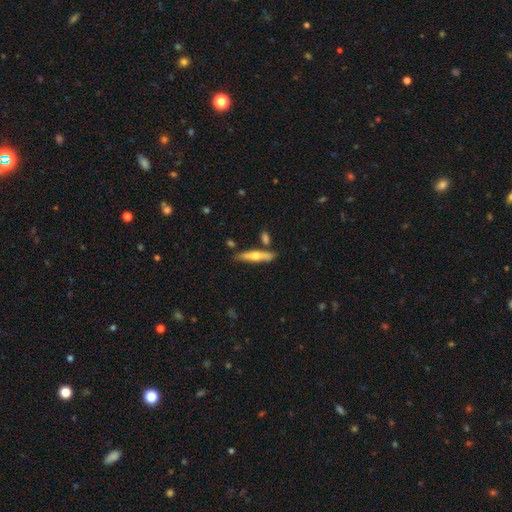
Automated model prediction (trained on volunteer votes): Q: Smooth or featured?
A: smooth (49%); runner-up: featured or disk (45%)
Q: Merging?
A: none (75%); runner-up: minor disturbance (13%)